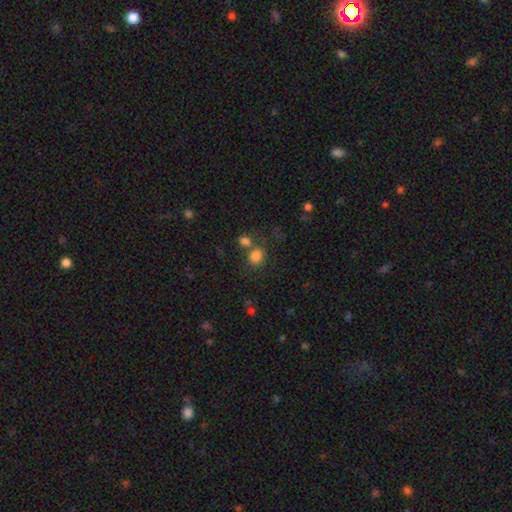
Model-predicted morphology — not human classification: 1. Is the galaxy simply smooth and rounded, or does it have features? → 81% smooth, 12% star or artifact, 7% featured or disk.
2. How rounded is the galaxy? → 64% round, 35% in between, 1% cigar-shaped.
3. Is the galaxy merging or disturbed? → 56% none, 27% merger, 11% minor disturbance, 5% major disturbance.